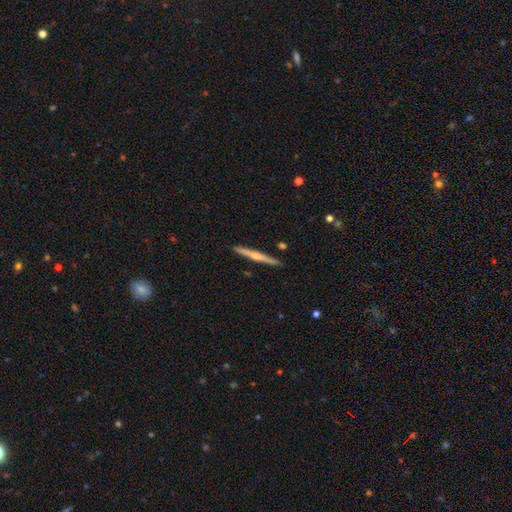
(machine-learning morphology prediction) Smooth or featured?
  - featured or disk: 65% *
  - smooth: 30%
  - star or artifact: 5%
Edge-on disk?
  - yes: 98% *
  - no: 2%
Edge-on bulge?
  - rounded: 78% *
  - none: 17%
  - boxy: 5%
Merging?
  - none: 91% *
  - minor disturbance: 6%
  - merger: 1%
  - major disturbance: 1%